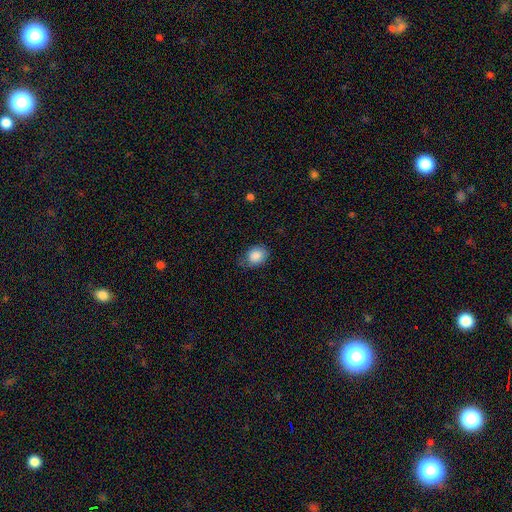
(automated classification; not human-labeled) Smooth or featured: smooth — 87% (star or artifact — 8%)
How rounded: in between — 50% (tied with round — 50%)
Merging: none — 67% (minor disturbance — 26%)